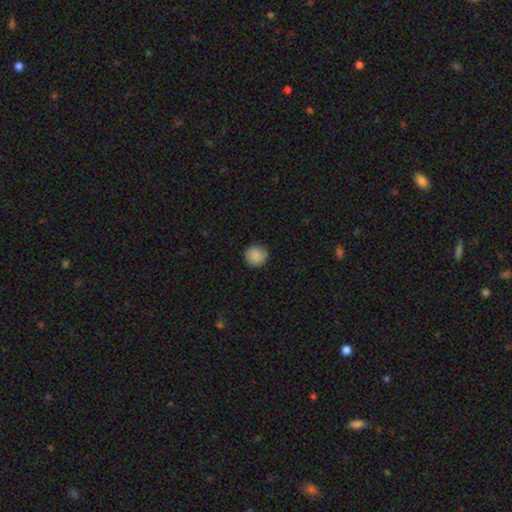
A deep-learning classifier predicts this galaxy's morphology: Q: Smooth or featured?
A: smooth (88%); runner-up: star or artifact (8%)
Q: How rounded?
A: round (94%); runner-up: in between (5%)
Q: Merging?
A: none (90%); runner-up: minor disturbance (7%)